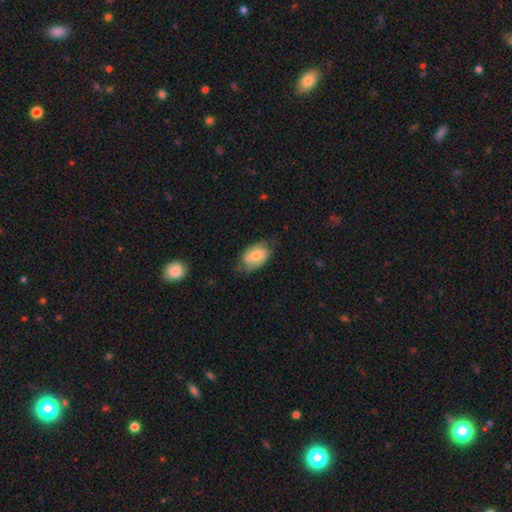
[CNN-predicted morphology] smooth-or-featured: smooth: 56% | featured or disk: 37% | star or artifact: 7%
  how-rounded: in between: 87% | round: 12% | cigar-shaped: 1%
  merging: none: 60% | minor disturbance: 28% | major disturbance: 11% | merger: 1%